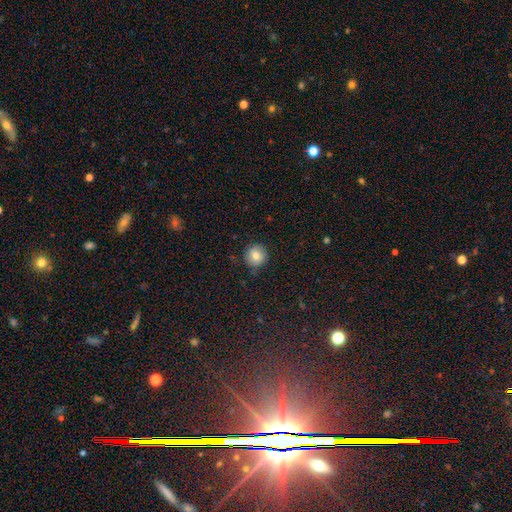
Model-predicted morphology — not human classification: A smooth galaxy with no disk features (80%) that is round (93%).

Vote fractions:
- Smooth or featured? smooth: 80% / featured or disk: 10% / star or artifact: 10%
- How rounded? round: 93% / in between: 6% / cigar-shaped: 1%
- Merging? none: 87% / minor disturbance: 9% / major disturbance: 2% / merger: 1%